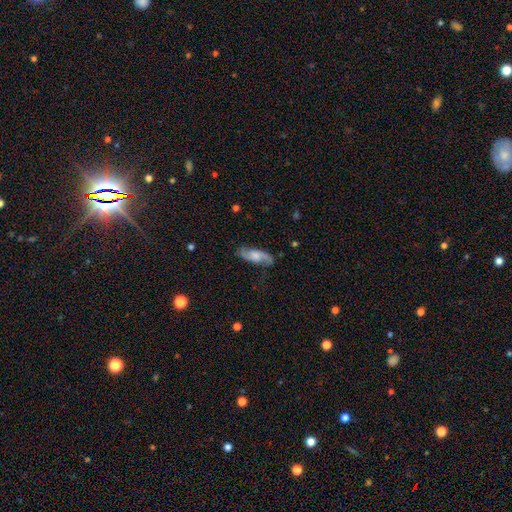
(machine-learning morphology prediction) featured or disk 66%, smooth 28%, star or artifact 7%. Down the decision tree: edge-on disk — no (86%); bar — no (59%); spiral arms — yes (93%); spiral arm count — 2 (90%); spiral winding — loose (57%); bulge size — moderate (37%); merging — none (77%).